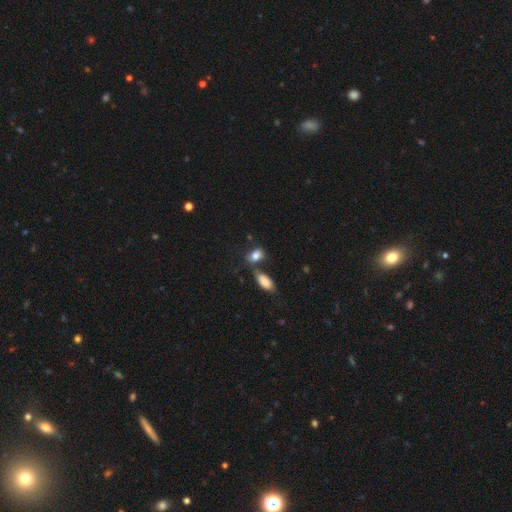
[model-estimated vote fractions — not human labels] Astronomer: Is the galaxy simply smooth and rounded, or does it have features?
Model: smooth — 83%.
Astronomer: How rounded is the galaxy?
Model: in between — 84%.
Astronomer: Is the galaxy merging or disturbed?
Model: none — 46% (runner-up: merger, 31%).